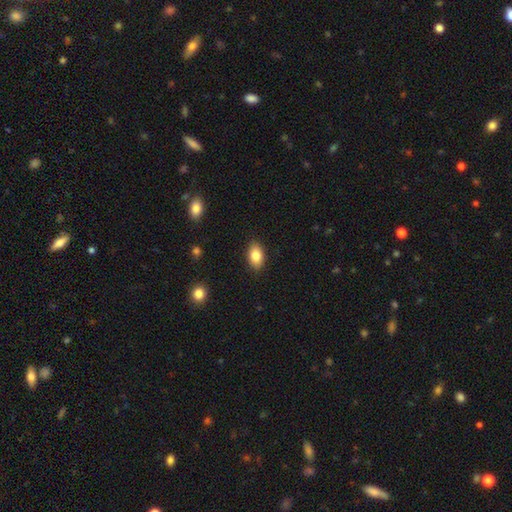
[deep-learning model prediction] Smooth or featured? Predicted: smooth (p=0.85). How rounded? Predicted: in between (p=0.90). Merging? Predicted: none (p=0.88).